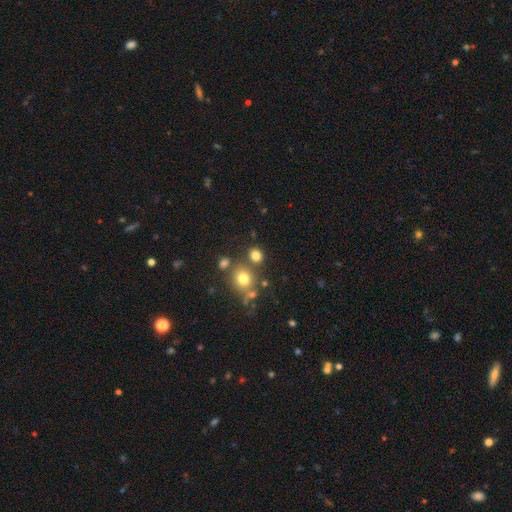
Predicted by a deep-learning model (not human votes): smooth 77%, star or artifact 15%, featured or disk 7%. Down the decision tree: how rounded — round (74%); merging — none (70%).